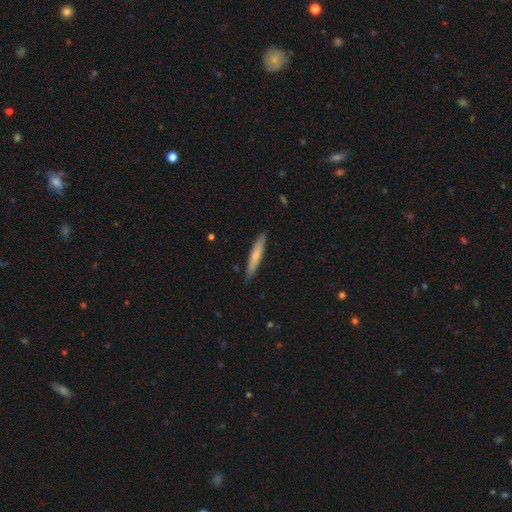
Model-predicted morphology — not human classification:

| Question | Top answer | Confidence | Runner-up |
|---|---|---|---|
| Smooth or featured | smooth | 68% | featured or disk (27%) |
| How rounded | cigar-shaped | 93% | in between (6%) |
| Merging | none | 89% | minor disturbance (8%) |